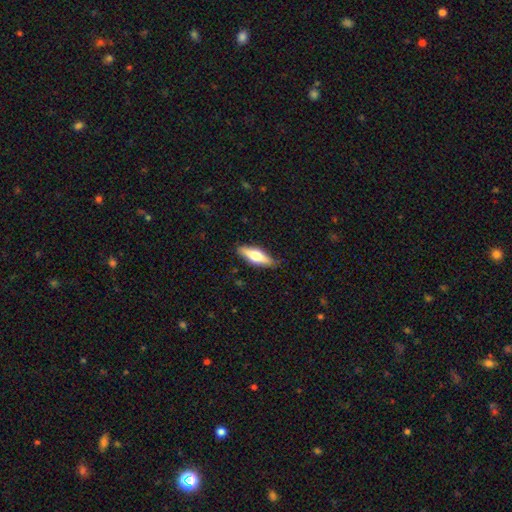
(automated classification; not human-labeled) smooth-or-featured: smooth: 57% | featured or disk: 37% | star or artifact: 6%
  how-rounded: in between: 50% | cigar-shaped: 47% | round: 2%
  merging: none: 86% | minor disturbance: 11% | major disturbance: 2% | merger: 1%